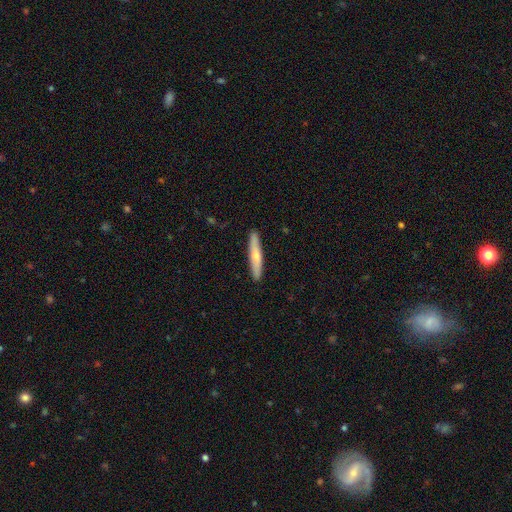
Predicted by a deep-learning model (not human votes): smooth 57%, featured or disk 38%, star or artifact 5%. Down the decision tree: how rounded — cigar-shaped (92%); merging — none (91%).